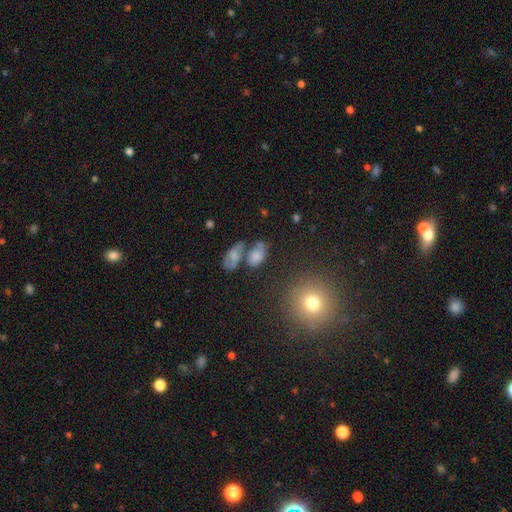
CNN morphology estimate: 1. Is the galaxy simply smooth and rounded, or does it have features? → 49% smooth, 31% featured or disk, 20% star or artifact.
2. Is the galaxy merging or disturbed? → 45% none, 27% merger, 17% minor disturbance, 11% major disturbance.